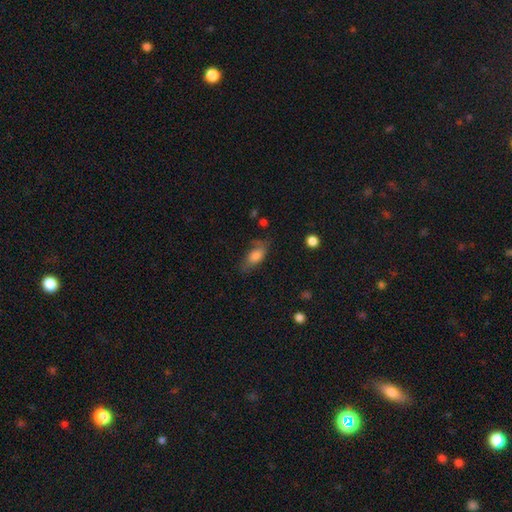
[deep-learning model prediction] Smooth or featured? Predicted: smooth (p=0.68). How rounded? Predicted: in between (p=0.83). Merging? Predicted: none (p=0.60).